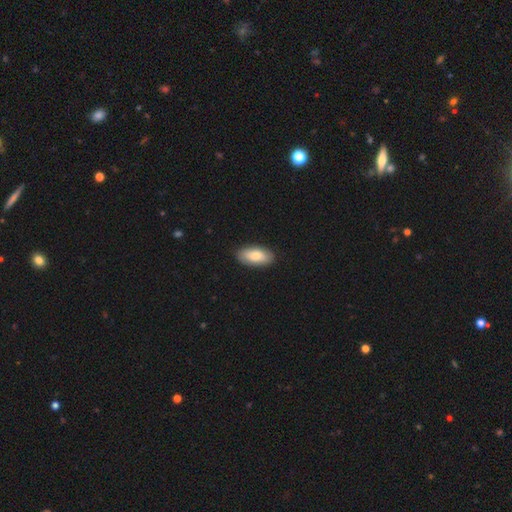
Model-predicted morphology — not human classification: Smooth or featured? Predicted: smooth (p=0.80). How rounded? Predicted: in between (p=0.92). Merging? Predicted: none (p=0.88).